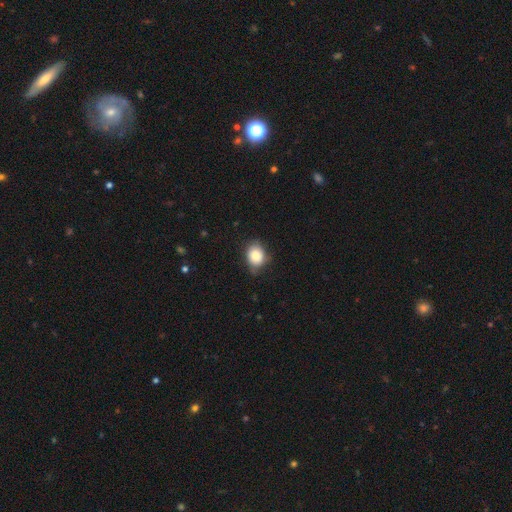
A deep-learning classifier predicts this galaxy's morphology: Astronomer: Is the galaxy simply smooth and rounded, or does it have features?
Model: smooth — 83%.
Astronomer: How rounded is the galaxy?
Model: in between — 54% (runner-up: round, 45%).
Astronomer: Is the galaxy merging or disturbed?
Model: none — 68%.